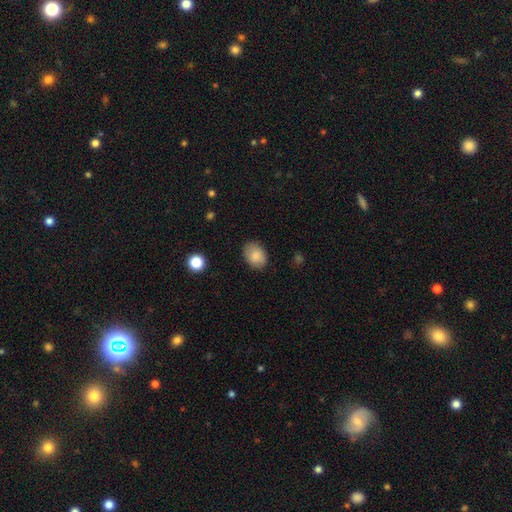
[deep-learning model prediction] A smooth galaxy with no disk features (85%) that is in between round and cigar-shaped (71%). Merging: none (82%).